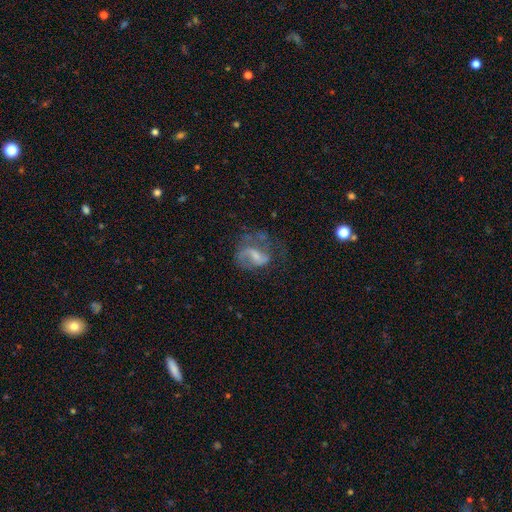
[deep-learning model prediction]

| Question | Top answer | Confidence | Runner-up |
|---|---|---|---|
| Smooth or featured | featured or disk | 66% | smooth (25%) |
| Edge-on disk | no | 97% | yes (3%) |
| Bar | weak | 50% | no (31%) |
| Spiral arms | yes | 76% | no (24%) |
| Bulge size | small | 40% | moderate (31%) |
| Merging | none | 38% | major disturbance (36%) |